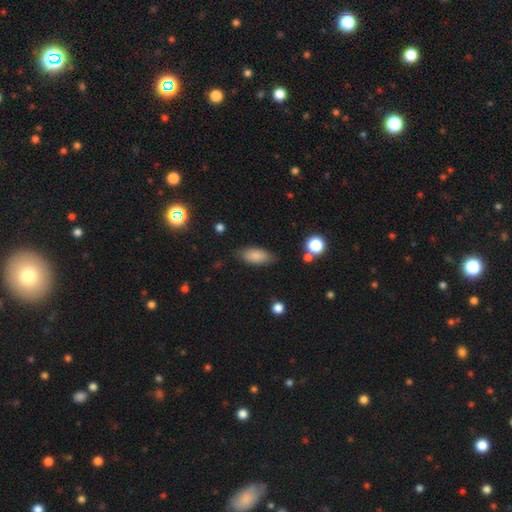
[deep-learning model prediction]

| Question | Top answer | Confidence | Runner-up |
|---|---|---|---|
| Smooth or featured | smooth | 84% | featured or disk (9%) |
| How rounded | in between | 85% | cigar-shaped (12%) |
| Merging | none | 80% | minor disturbance (15%) |